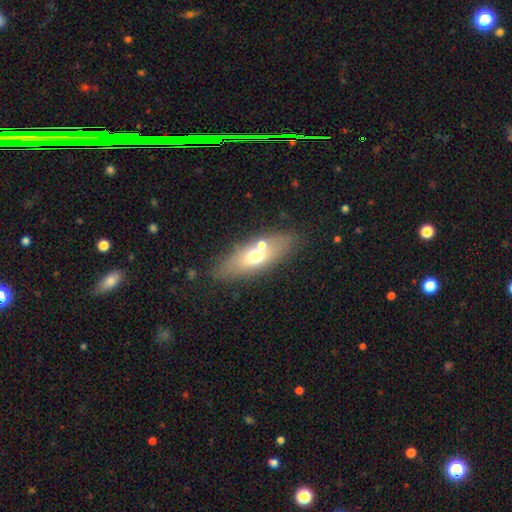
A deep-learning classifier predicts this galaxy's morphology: Smooth or featured? Predicted: smooth (p=0.56). How rounded? Predicted: in between (p=0.69). Merging? Predicted: none (p=0.70).